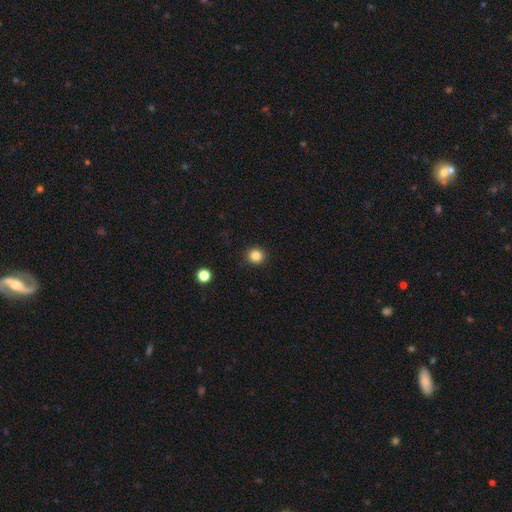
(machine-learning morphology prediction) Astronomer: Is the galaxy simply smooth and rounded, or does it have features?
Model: smooth — 84%.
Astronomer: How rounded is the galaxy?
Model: round — 92%.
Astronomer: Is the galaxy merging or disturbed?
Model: none — 93%.